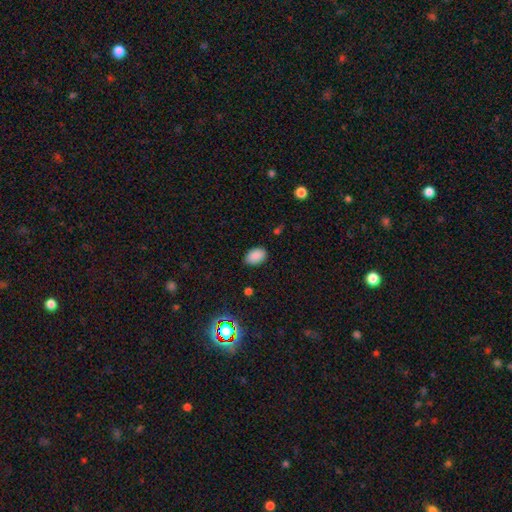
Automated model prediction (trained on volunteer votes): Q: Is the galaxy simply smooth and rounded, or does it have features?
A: smooth — 87%.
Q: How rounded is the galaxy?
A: in between — 88%.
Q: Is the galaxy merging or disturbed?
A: none — 83%.